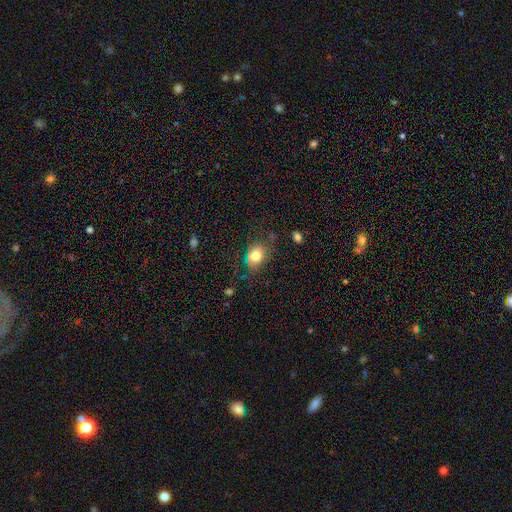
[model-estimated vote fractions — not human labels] smooth_or_featured: smooth (p=0.78) [alt: featured or disk p=0.12]
how_rounded: in between (p=0.60) [alt: round p=0.39]
merging: none (p=0.68) [alt: minor disturbance p=0.22]